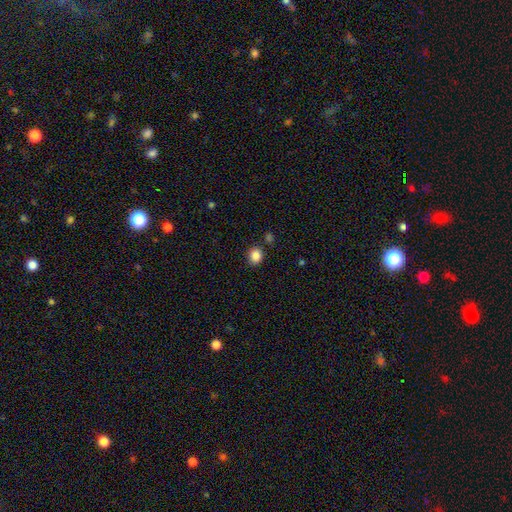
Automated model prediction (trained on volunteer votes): Q: Smooth or featured?
A: smooth (86%); runner-up: star or artifact (10%)
Q: How rounded?
A: round (68%); runner-up: in between (31%)
Q: Merging?
A: none (84%); runner-up: minor disturbance (9%)